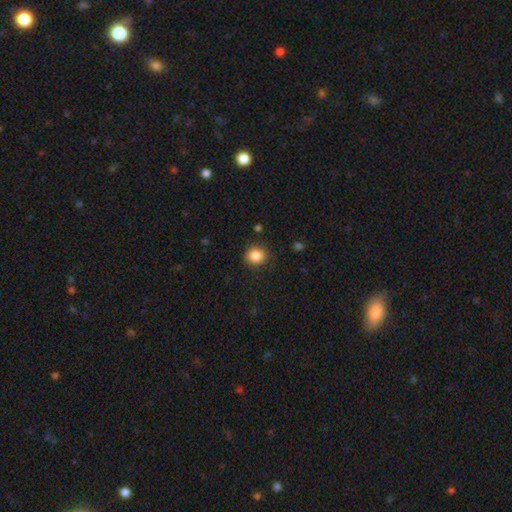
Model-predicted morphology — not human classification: Smooth or featured: smooth — 86% (star or artifact — 10%)
How rounded: round — 79% (in between — 20%)
Merging: none — 84% (minor disturbance — 12%)